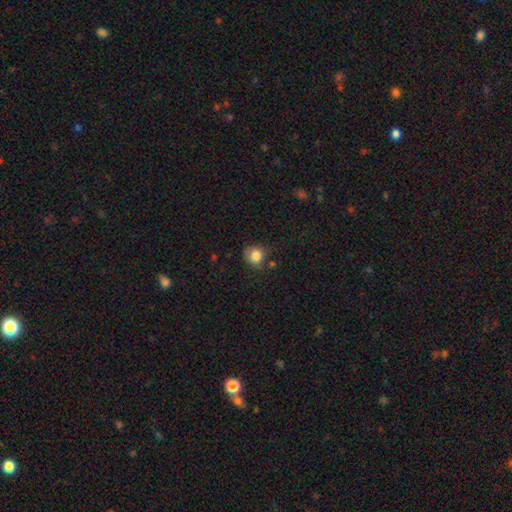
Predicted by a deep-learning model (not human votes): Smooth or featured? smooth (83%)
How rounded? round (82%)
Merging? none (68%)